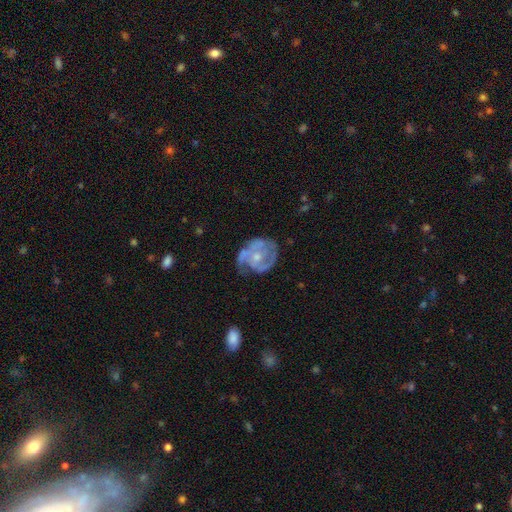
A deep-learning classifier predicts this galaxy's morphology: This appears to be a featured or disk galaxy (80%) with no bar (72%), 2 (40%) tight (46%) spiral arms (86%) and a small central bulge (48%). Merging: none (52%).